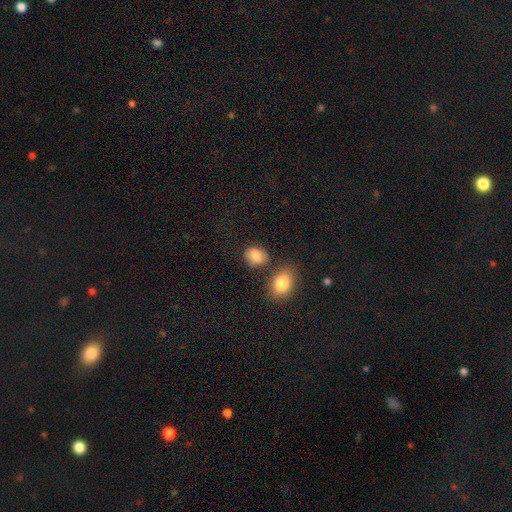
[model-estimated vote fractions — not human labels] Morphology: type=smooth (85%); roundness=in between (58%); merging=none (72%).